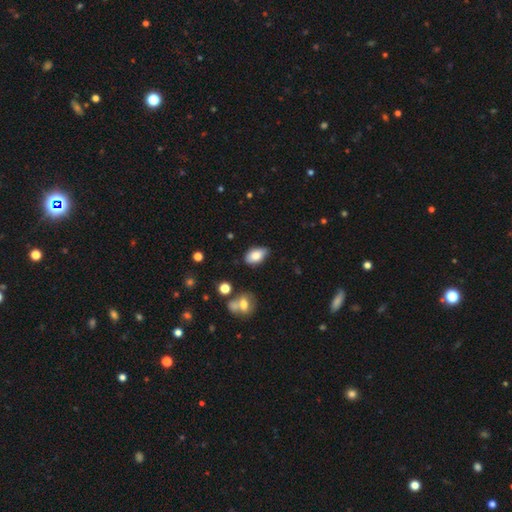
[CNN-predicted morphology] smooth_or_featured: smooth (p=0.80) [alt: featured or disk p=0.12]
how_rounded: in between (p=0.92) [alt: round p=0.06]
merging: none (p=0.72) [alt: minor disturbance p=0.22]